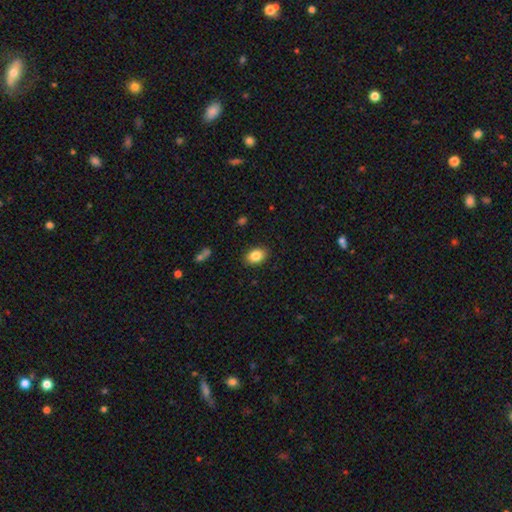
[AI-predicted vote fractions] A smooth galaxy with no disk features (85%) that is in between round and cigar-shaped (80%). Merging: none (88%).